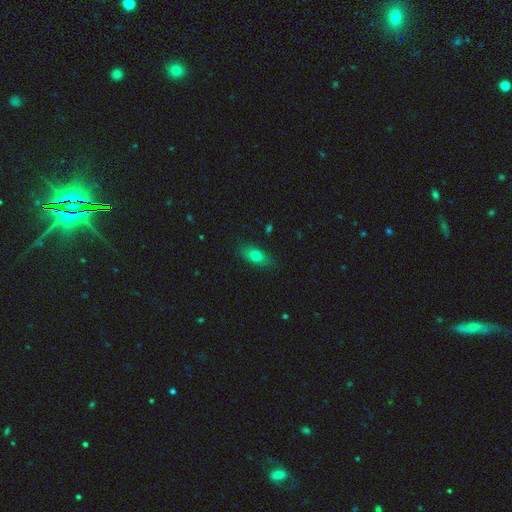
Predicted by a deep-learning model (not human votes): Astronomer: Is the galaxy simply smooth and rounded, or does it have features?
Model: smooth — 74%.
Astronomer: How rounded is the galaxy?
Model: in between — 81%.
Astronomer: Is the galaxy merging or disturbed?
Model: none — 84%.